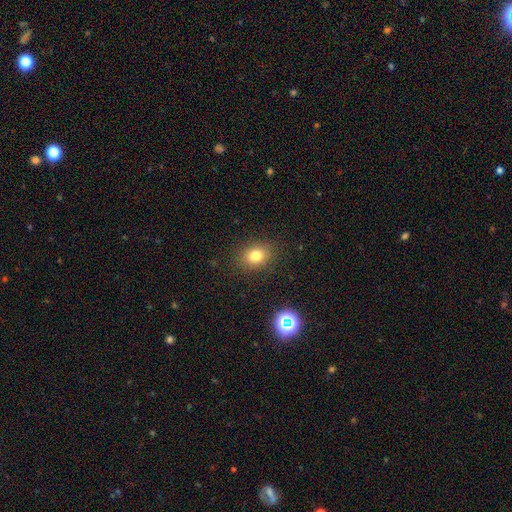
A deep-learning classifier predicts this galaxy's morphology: This appears to be a smooth galaxy with no disk features (77%) that is in between round and cigar-shaped (52%). Merging: none (87%).